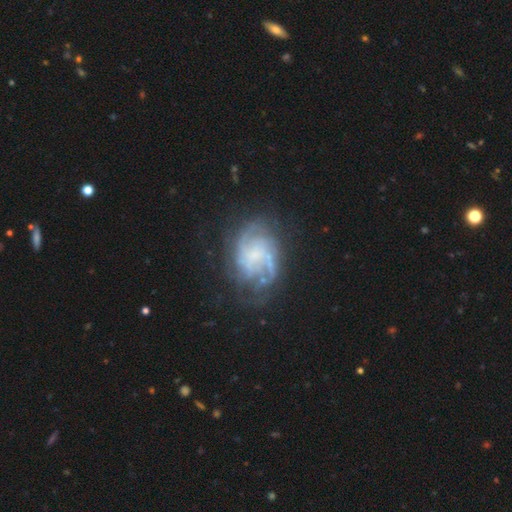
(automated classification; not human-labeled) Smooth or featured: featured or disk — 79% (smooth — 13%)
Edge-on disk: no — 98% (yes — 2%)
Bar: no — 60% (weak — 33%)
Spiral arms: yes — 89% (no — 11%)
Spiral winding: medium — 43% (tight — 36%)
Spiral arm count: 2 — 32% (tied with can't tell — 32%)
Bulge size: none — 39% (small — 36%)
Merging: none — 60% (minor disturbance — 20%)